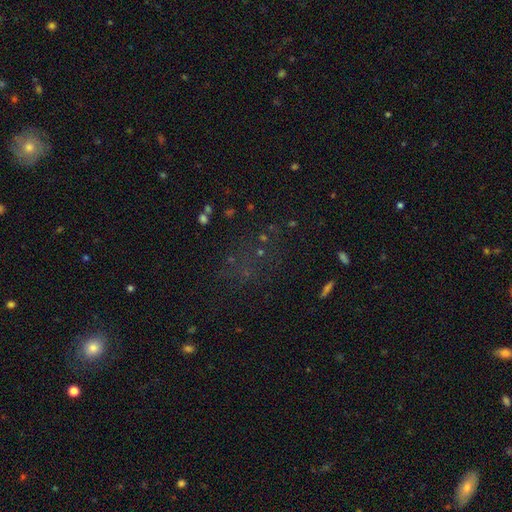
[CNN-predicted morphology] smooth-or-featured: star or artifact: 54% | smooth: 28% | featured or disk: 18%